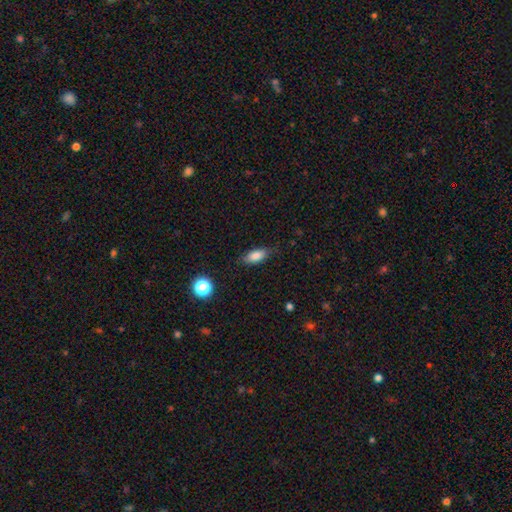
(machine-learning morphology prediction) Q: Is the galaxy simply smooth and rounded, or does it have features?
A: smooth — 82%.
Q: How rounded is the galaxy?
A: in between — 82%.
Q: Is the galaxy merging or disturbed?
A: none — 79%.